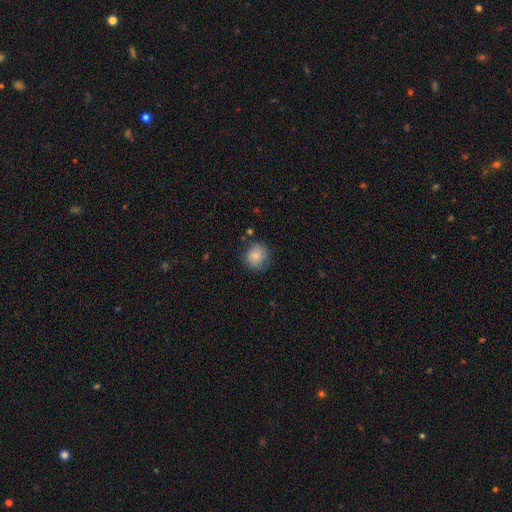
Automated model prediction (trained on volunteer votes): Smooth or featured? Predicted: smooth (p=0.82). How rounded? Predicted: round (p=0.84). Merging? Predicted: none (p=0.74).